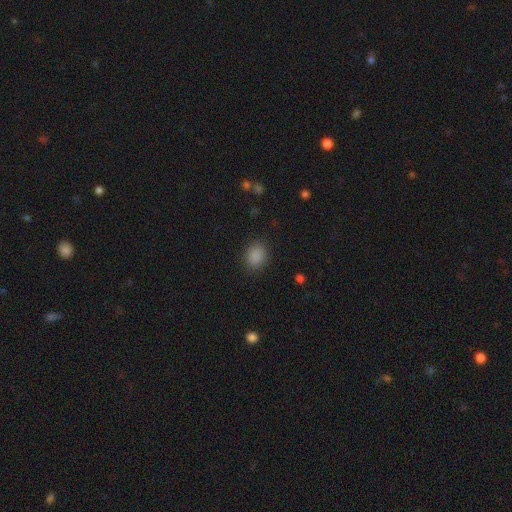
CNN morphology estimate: This is clearly a smooth galaxy (86%). How rounded: possibly in between (51%). Merging: clearly none (87%).